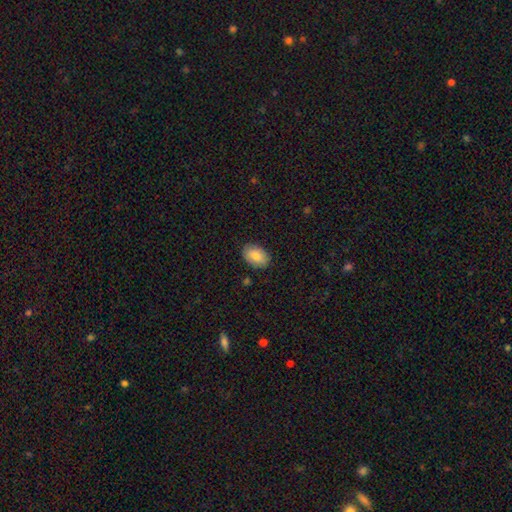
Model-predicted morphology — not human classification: A smooth galaxy with no disk features (83%) that is in between round and cigar-shaped (89%). Merging: none (87%).